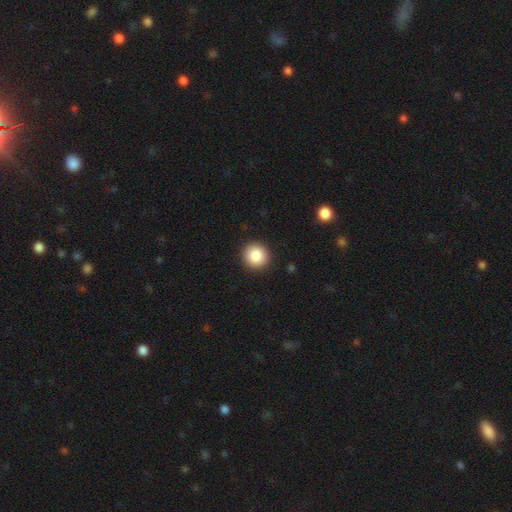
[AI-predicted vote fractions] A smooth galaxy with no disk features (87%) that is round (94%). Merging: none (92%).